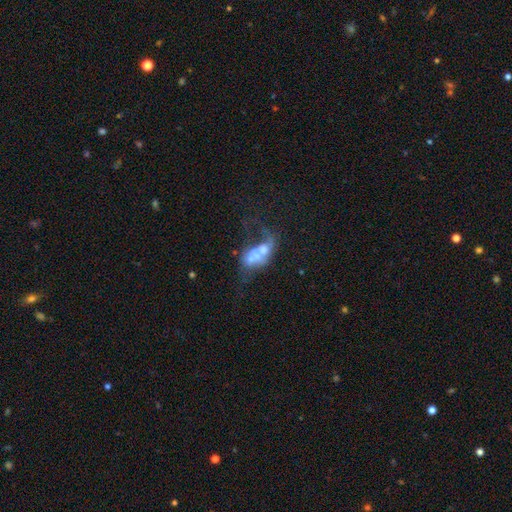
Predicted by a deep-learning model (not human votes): A featured or disk galaxy (55%) with no bar (82%), no spiral arms (73%) and a moderate central bulge (38%).

Vote fractions:
- Smooth or featured? featured or disk: 55% / smooth: 34% / star or artifact: 11%
- Edge-on disk? no: 96% / yes: 4%
- Bar? no: 82% / weak: 14% / strong: 4%
- Spiral arms? no: 73% / yes: 27%
- Bulge size? moderate: 38% / small: 23% / none: 20% / large: 15% / dominant: 4%
- Merging? merger: 60% / major disturbance: 20% / none: 12% / minor disturbance: 7%